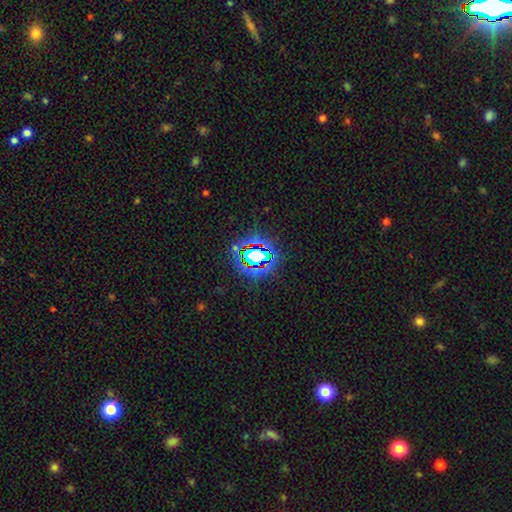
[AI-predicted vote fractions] Smooth or featured? Predicted: star or artifact (p=0.71).